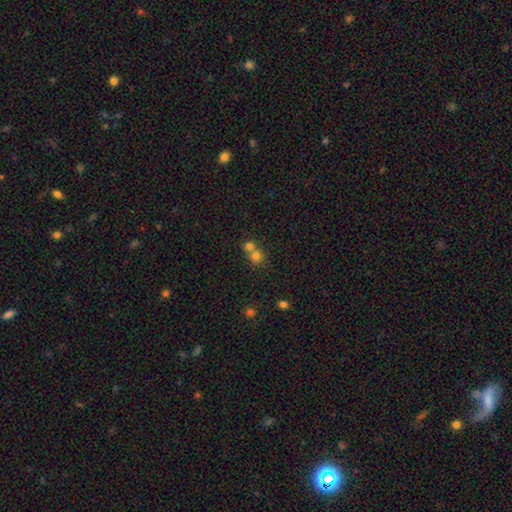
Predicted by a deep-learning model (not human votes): Q: Smooth or featured?
A: smooth (76%); runner-up: star or artifact (14%)
Q: How rounded?
A: round (84%); runner-up: in between (15%)
Q: Merging?
A: merger (55%); runner-up: none (38%)